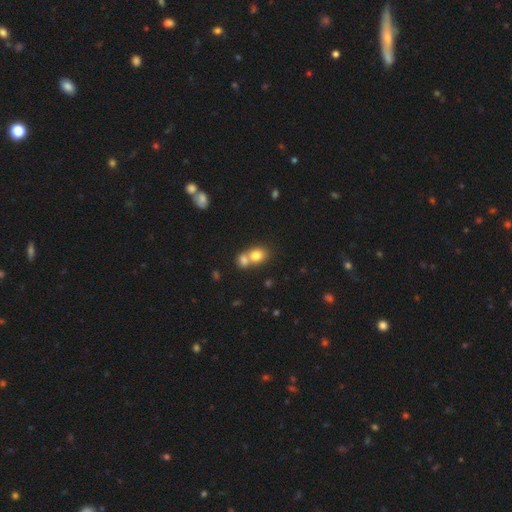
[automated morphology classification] type=smooth (77%); roundness=round (55%); merging=merger (60%).